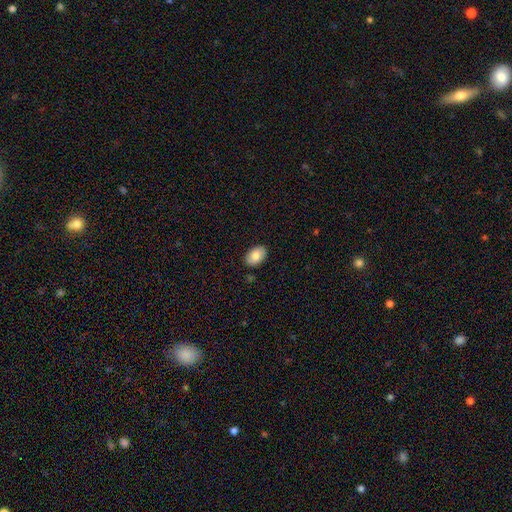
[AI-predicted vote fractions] Smooth or featured: smooth — 83% (featured or disk — 10%)
How rounded: in between — 89% (round — 10%)
Merging: none — 88% (minor disturbance — 8%)